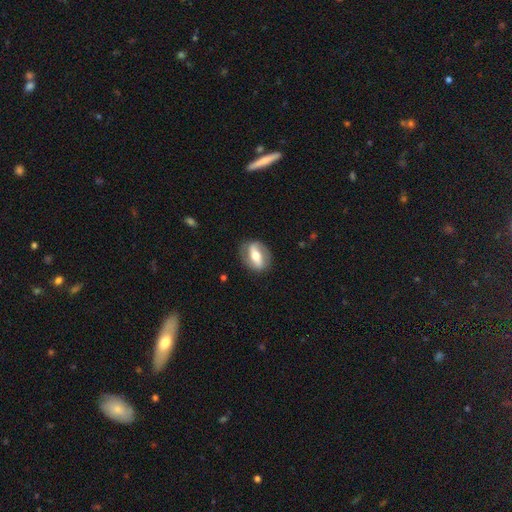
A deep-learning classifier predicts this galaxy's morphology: This appears to be a featured or disk galaxy (68%) with a strong bar (61%), spiral arms (66%) and a moderate central bulge (68%). Merging: none (82%).